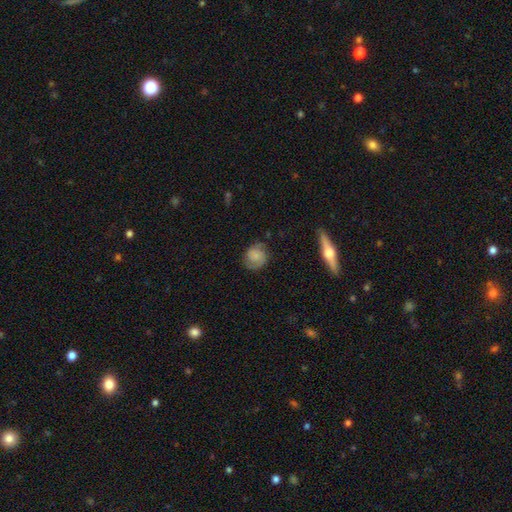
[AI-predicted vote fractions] Q: Smooth or featured?
A: featured or disk (55%); runner-up: smooth (36%)
Q: Edge-on disk?
A: no (97%); runner-up: yes (3%)
Q: Bar?
A: no (71%); runner-up: weak (24%)
Q: Spiral arms?
A: yes (92%); runner-up: no (8%)
Q: Bulge size?
A: small (42%); runner-up: none (33%)
Q: Merging?
A: none (76%); runner-up: minor disturbance (17%)